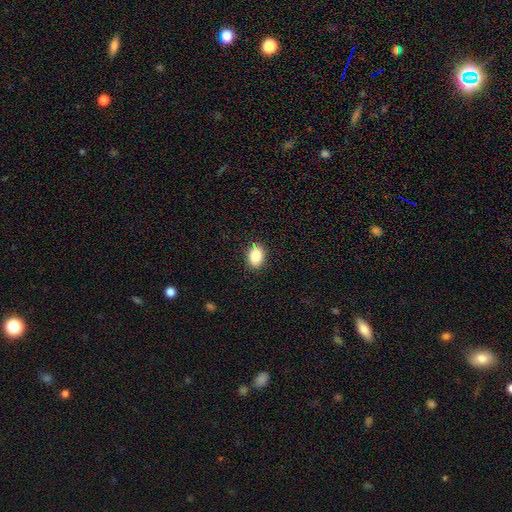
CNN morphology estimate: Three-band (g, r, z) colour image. It shows a smooth galaxy with no disk features (84%) that is in between round and cigar-shaped (74%). Merging: none (79%).